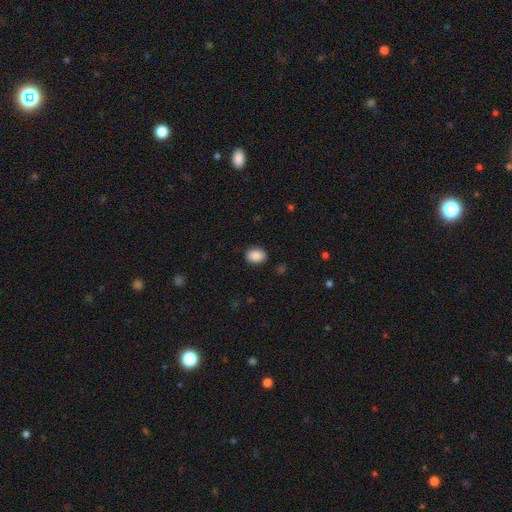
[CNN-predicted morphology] smooth_or_featured: smooth (p=0.88) [alt: star or artifact p=0.08]
how_rounded: in between (p=0.71) [alt: round p=0.28]
merging: none (p=0.88) [alt: minor disturbance p=0.09]